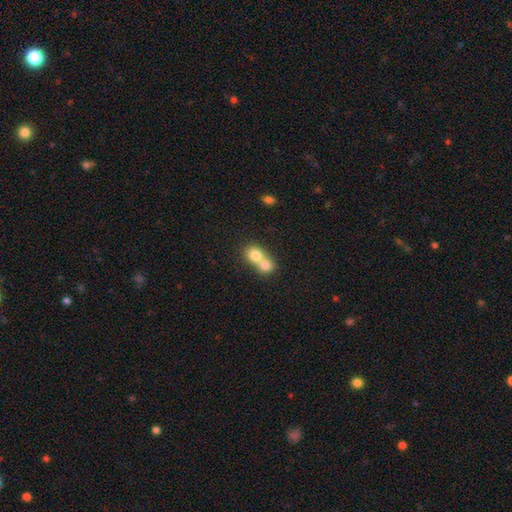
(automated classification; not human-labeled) A smooth galaxy with no disk features (75%) that is round (68%).

Vote fractions:
- Smooth or featured? smooth: 75% / featured or disk: 16% / star or artifact: 9%
- How rounded? round: 68% / in between: 31% / cigar-shaped: 1%
- Merging? merger: 74% / none: 20% / minor disturbance: 4% / major disturbance: 2%